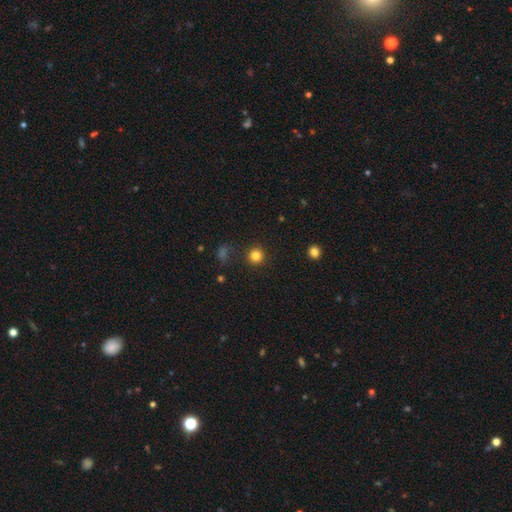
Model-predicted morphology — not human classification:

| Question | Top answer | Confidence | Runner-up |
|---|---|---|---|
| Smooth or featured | smooth | 83% | star or artifact (13%) |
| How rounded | round | 94% | in between (5%) |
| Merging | none | 90% | minor disturbance (6%) |